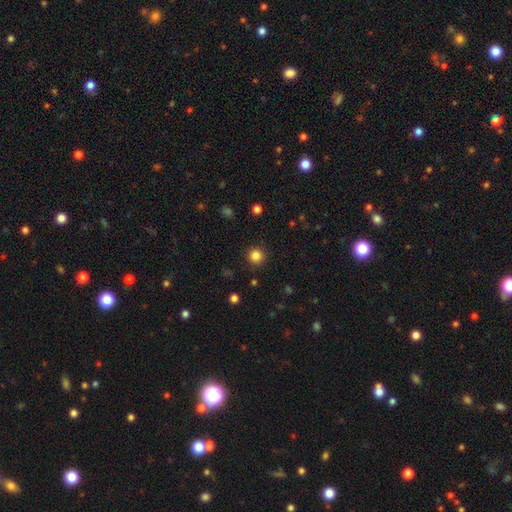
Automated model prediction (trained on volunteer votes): Smooth or featured? Predicted: smooth (p=0.84). How rounded? Predicted: round (p=0.95). Merging? Predicted: none (p=0.91).